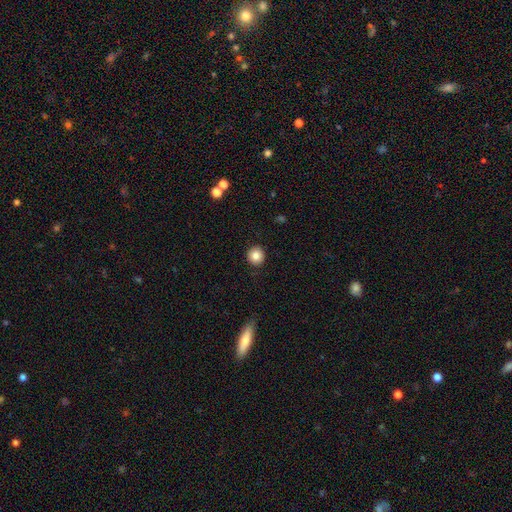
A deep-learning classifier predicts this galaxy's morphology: This is clearly a smooth galaxy (85%). How rounded: clearly round (92%). Merging: clearly none (91%).